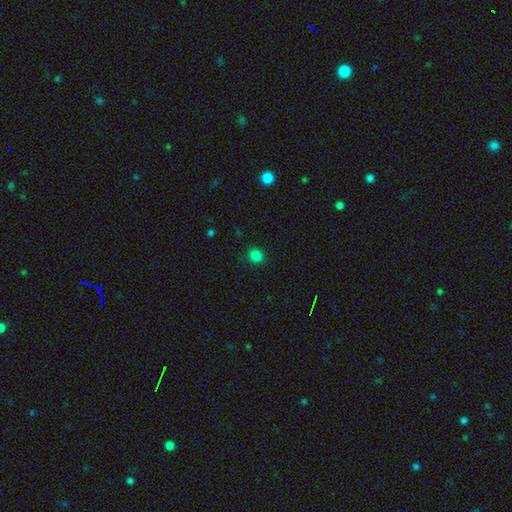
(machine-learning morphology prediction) type=smooth (82%); roundness=round (80%); merging=none (89%).